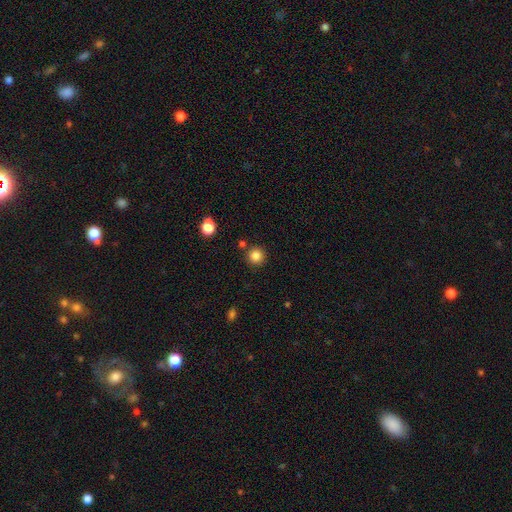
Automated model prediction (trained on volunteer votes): This is clearly a smooth galaxy (84%). How rounded: clearly round (95%). Merging: clearly none (86%).